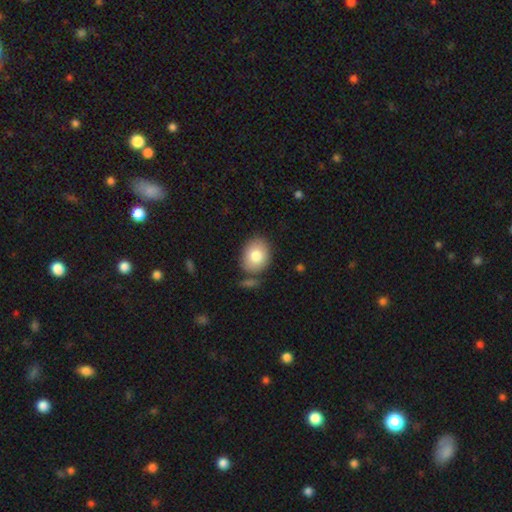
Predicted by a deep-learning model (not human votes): Overall: smooth (81%). How rounded: in between (52%; round 48%). Merging: none (76%).